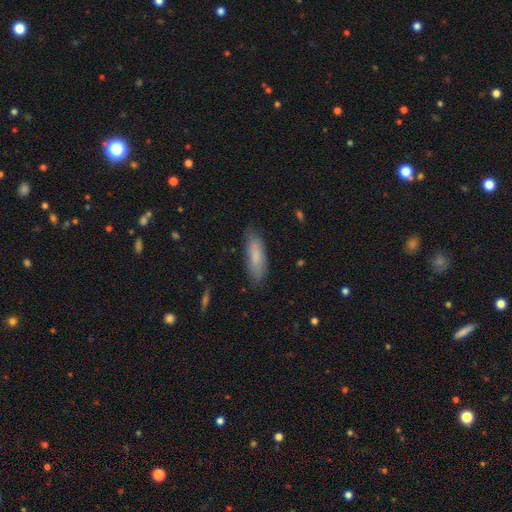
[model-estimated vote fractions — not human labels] smooth_or_featured: smooth (p=0.80) [alt: featured or disk p=0.14]
how_rounded: cigar-shaped (p=0.52) [alt: in between p=0.47]
merging: none (p=0.82) [alt: minor disturbance p=0.14]